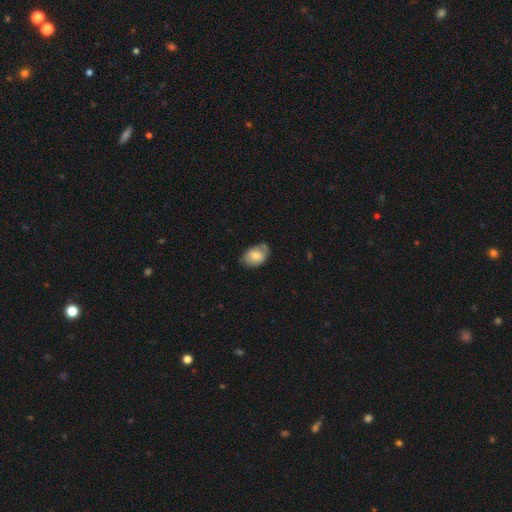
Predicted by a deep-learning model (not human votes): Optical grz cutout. It shows a smooth galaxy with no disk features (68%) that is in between round and cigar-shaped (84%). Merging: none (57%).